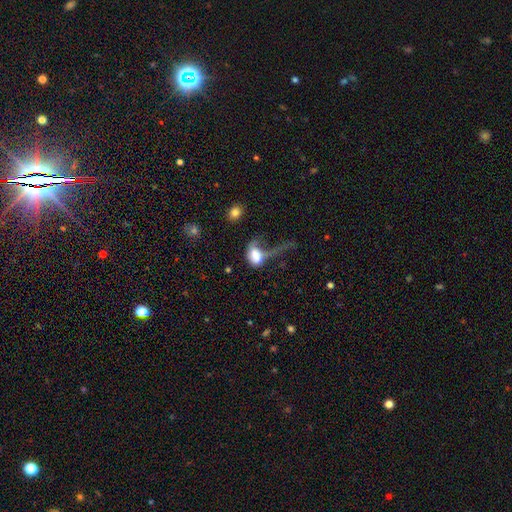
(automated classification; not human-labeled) A smooth galaxy with no disk features (69%) that is in between round and cigar-shaped (80%).

Vote fractions:
- Smooth or featured? smooth: 69% / featured or disk: 22% / star or artifact: 9%
- How rounded? in between: 80% / round: 17% / cigar-shaped: 2%
- Merging? major disturbance: 57% / none: 15% / minor disturbance: 14% / merger: 14%